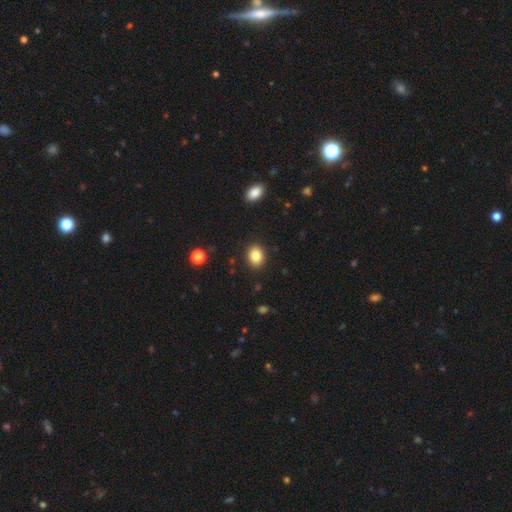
Smooth or featured?
  - smooth: 79% *
  - featured or disk: 13%
  - star or artifact: 8%
How rounded?
  - in between: 60% *
  - round: 40%
  - cigar-shaped: 0%
Merging?
  - none: 91% *
  - minor disturbance: 6%
  - merger: 3%
  - major disturbance: 0%